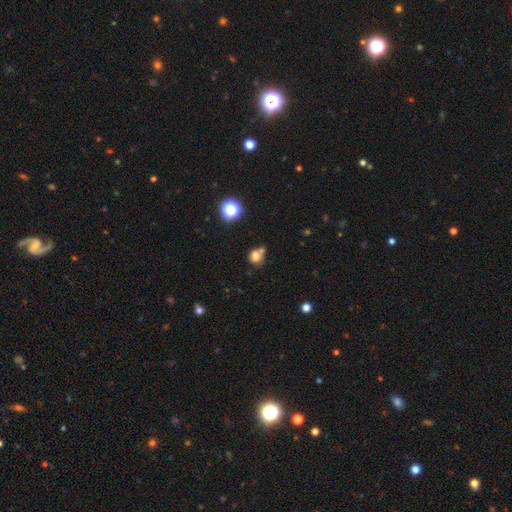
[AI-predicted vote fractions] A smooth galaxy with no disk features (75%) that is round (75%). Merging: none (46%).